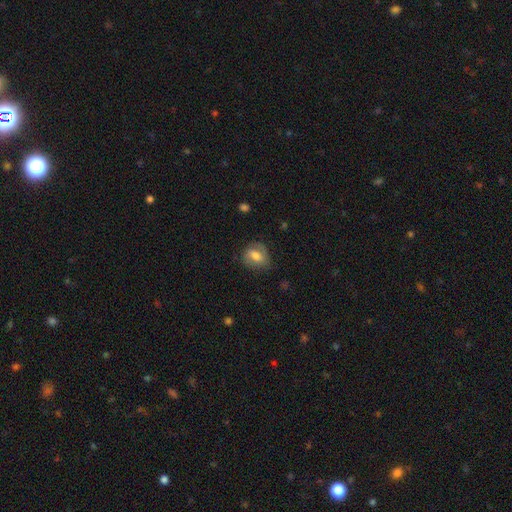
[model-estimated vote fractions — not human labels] Smooth or featured? smooth (56%)
How rounded? in between (54%)
Merging? none (68%)